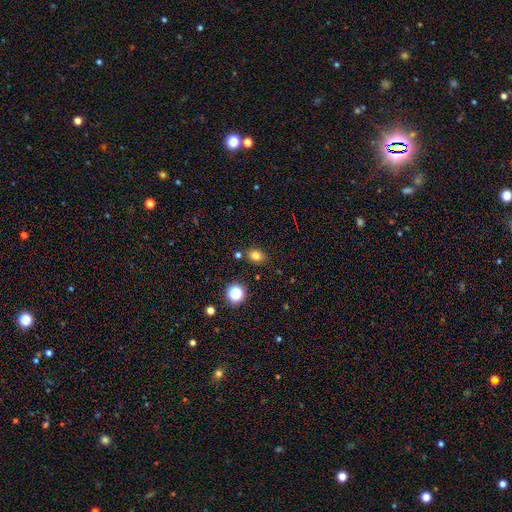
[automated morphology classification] Smooth or featured?
  - smooth: 77% *
  - star or artifact: 15%
  - featured or disk: 8%
How rounded?
  - in between: 61% *
  - round: 37%
  - cigar-shaped: 1%
Merging?
  - none: 82% *
  - minor disturbance: 10%
  - merger: 5%
  - major disturbance: 3%